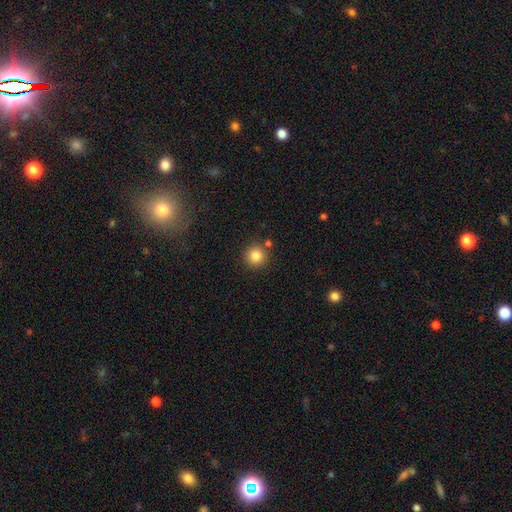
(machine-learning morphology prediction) smooth 84%, star or artifact 11%, featured or disk 5%. Down the decision tree: how rounded — round (94%); merging — none (83%).